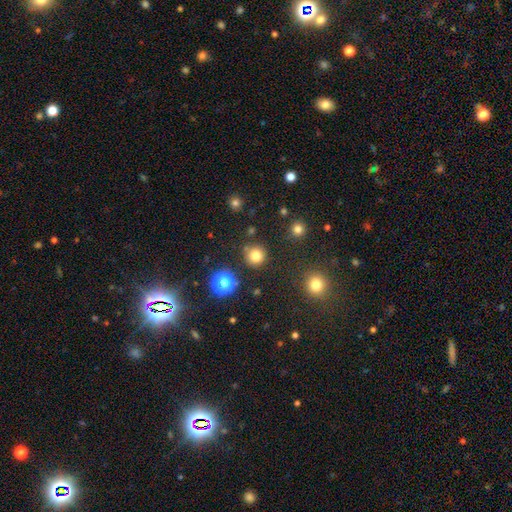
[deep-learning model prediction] Q: Smooth or featured?
A: smooth (78%); runner-up: star or artifact (16%)
Q: How rounded?
A: round (94%); runner-up: in between (5%)
Q: Merging?
A: none (85%); runner-up: minor disturbance (8%)